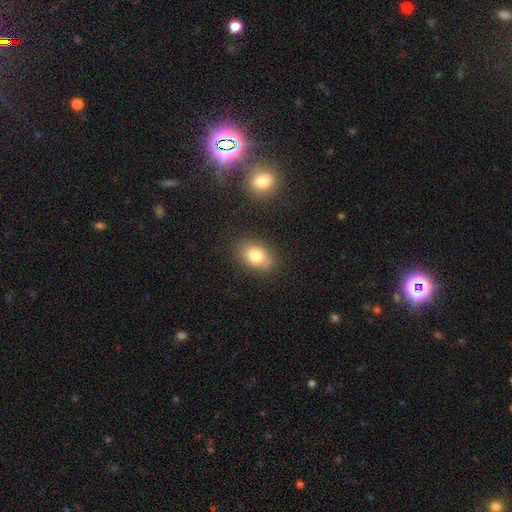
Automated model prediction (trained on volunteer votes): Smooth or featured? smooth (79%)
How rounded? in between (82%)
Merging? none (83%)